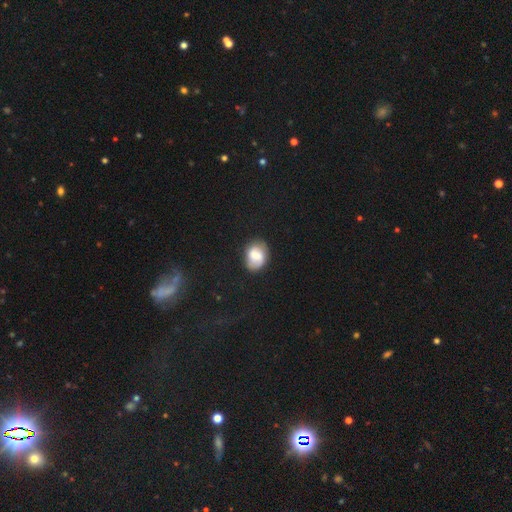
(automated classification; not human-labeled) A smooth galaxy with no disk features (66%) that is in between round and cigar-shaped (62%).

Vote fractions:
- Smooth or featured? smooth: 66% / featured or disk: 25% / star or artifact: 8%
- How rounded? in between: 62% / round: 37% / cigar-shaped: 1%
- Merging? none: 69% / minor disturbance: 23% / major disturbance: 7% / merger: 2%